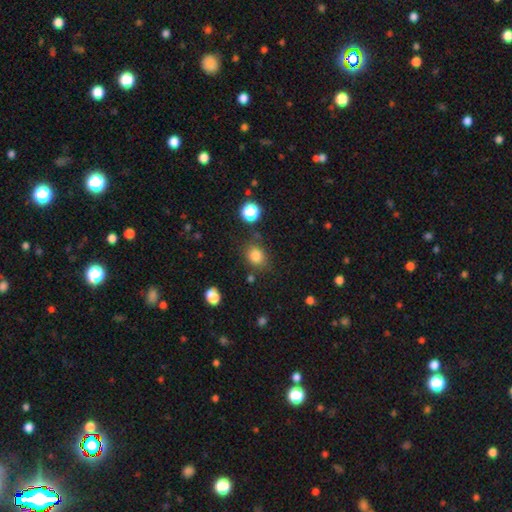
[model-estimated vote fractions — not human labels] Smooth or featured?
  - smooth: 81% *
  - star or artifact: 13%
  - featured or disk: 5%
How rounded?
  - round: 62% *
  - in between: 37%
  - cigar-shaped: 1%
Merging?
  - none: 76% *
  - minor disturbance: 15%
  - merger: 5%
  - major disturbance: 5%